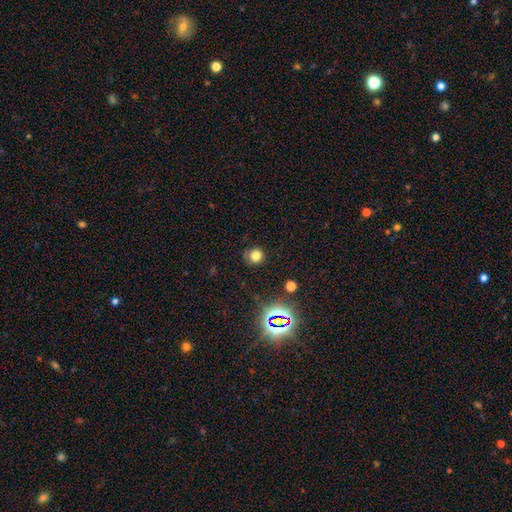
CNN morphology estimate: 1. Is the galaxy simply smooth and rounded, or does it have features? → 74% smooth, 19% star or artifact, 8% featured or disk.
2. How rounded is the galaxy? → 87% round, 12% in between, 1% cigar-shaped.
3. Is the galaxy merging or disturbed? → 76% none, 16% minor disturbance, 6% major disturbance, 2% merger.